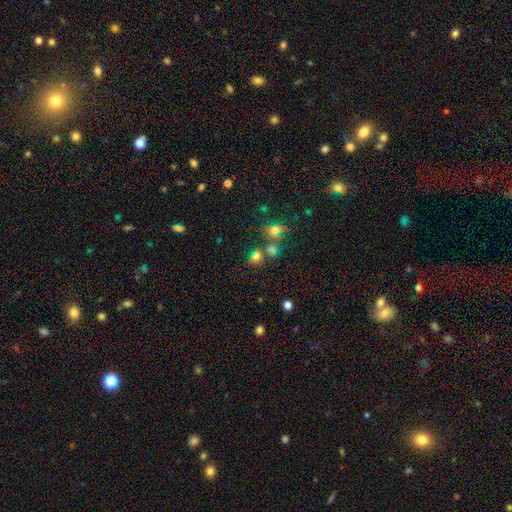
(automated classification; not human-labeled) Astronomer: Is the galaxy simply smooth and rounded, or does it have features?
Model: smooth — 64%.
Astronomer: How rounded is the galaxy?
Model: in between — 54% (runner-up: round, 45%).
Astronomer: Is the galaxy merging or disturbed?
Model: none — 56%.